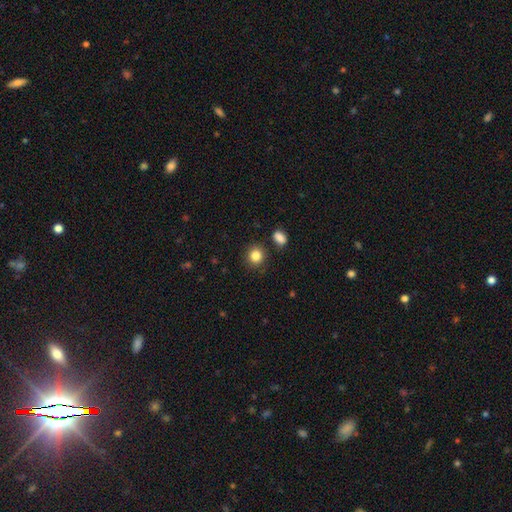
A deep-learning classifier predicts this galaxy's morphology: smooth-or-featured: smooth: 85% | star or artifact: 10% | featured or disk: 5%
  how-rounded: round: 86% | in between: 13% | cigar-shaped: 1%
  merging: none: 86% | minor disturbance: 7% | merger: 4% | major disturbance: 2%